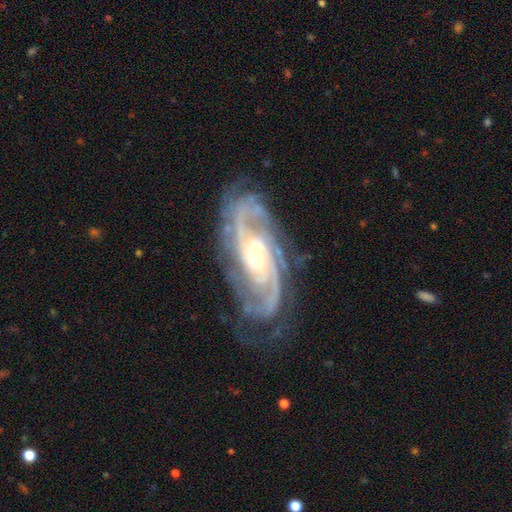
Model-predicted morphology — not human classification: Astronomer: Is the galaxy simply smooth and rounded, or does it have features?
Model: featured or disk — 92%.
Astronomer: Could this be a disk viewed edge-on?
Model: no — 96%.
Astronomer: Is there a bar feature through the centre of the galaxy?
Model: no — 54% (runner-up: weak, 32%).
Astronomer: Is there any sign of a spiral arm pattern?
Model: yes — 98%.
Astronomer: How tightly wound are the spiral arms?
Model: tight — 54% (runner-up: medium, 39%).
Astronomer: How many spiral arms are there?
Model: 2 — 49%.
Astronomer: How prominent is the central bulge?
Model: small — 52% (runner-up: moderate, 41%).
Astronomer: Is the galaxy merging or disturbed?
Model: none — 74%.